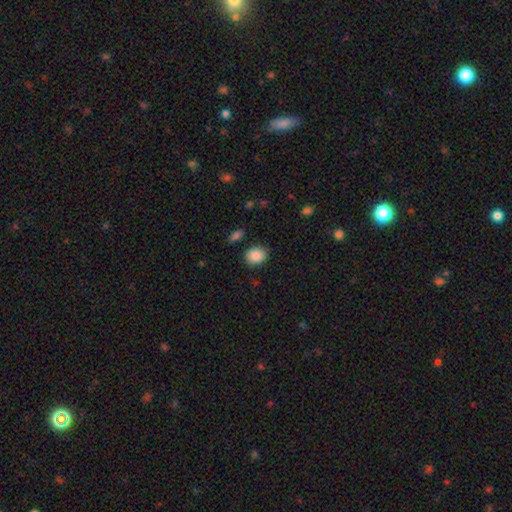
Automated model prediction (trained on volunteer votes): The model was most divided on "how rounded": round: 50%, in between: 49%, cigar-shaped: 1%. More confident: smooth or featured — smooth (88%); merging — none (83%).